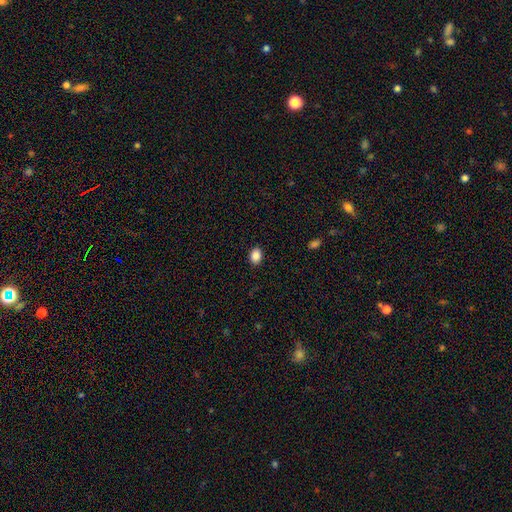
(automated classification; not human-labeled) This is clearly a smooth galaxy (87%). How rounded: likely in between (71%). Merging: clearly none (90%).